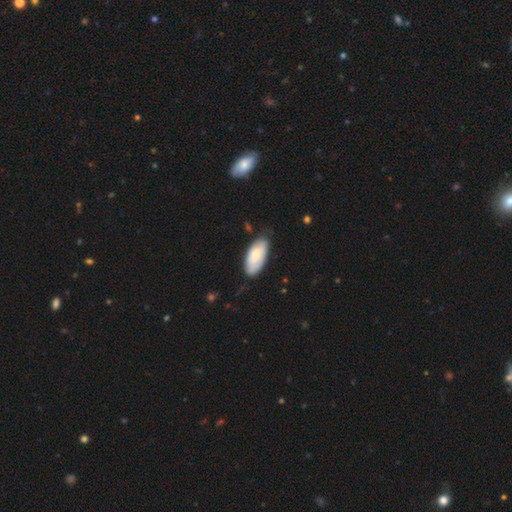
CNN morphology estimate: Smooth or featured: smooth — 70% (featured or disk — 25%)
How rounded: in between — 92% (cigar-shaped — 6%)
Merging: none — 70% (minor disturbance — 24%)